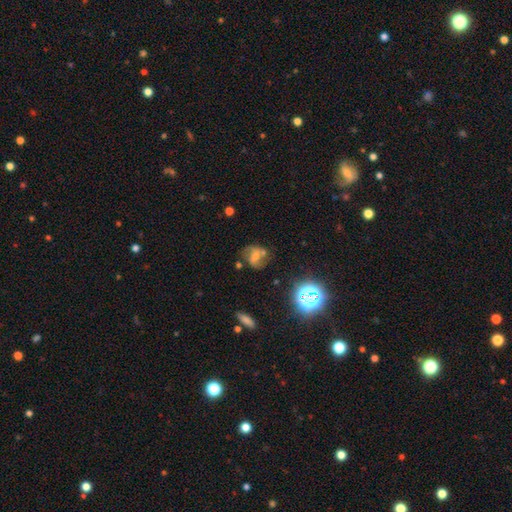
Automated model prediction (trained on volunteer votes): This is possibly a featured or disk galaxy (47%). Merging: possibly none (54%).